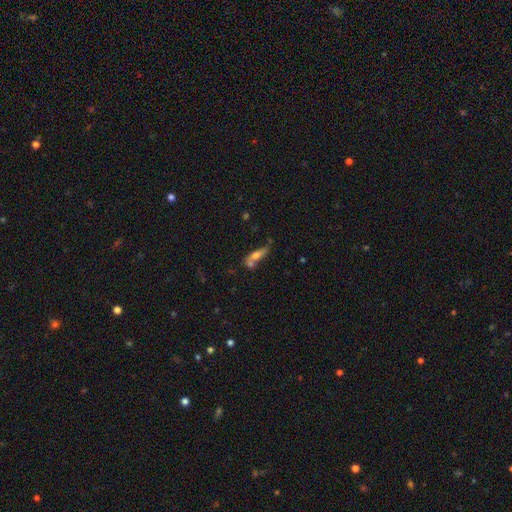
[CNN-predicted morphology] smooth 56%, featured or disk 34%, star or artifact 10%. Down the decision tree: how rounded — cigar-shaped (55%); merging — merger (38%, tied with none).